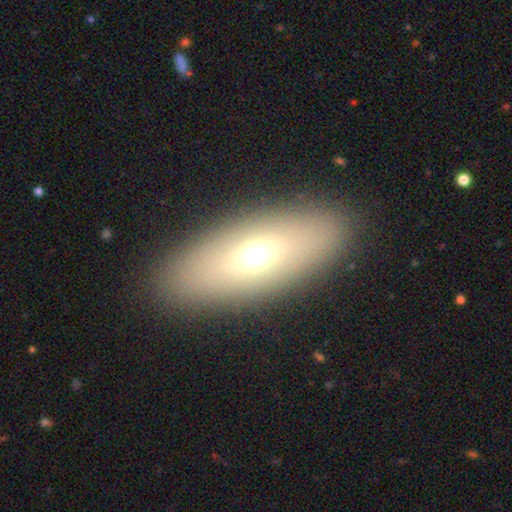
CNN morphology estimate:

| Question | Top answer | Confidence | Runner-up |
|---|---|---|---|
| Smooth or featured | smooth | 60% | featured or disk (30%) |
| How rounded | in between | 73% | cigar-shaped (22%) |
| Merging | none | 88% | minor disturbance (7%) |